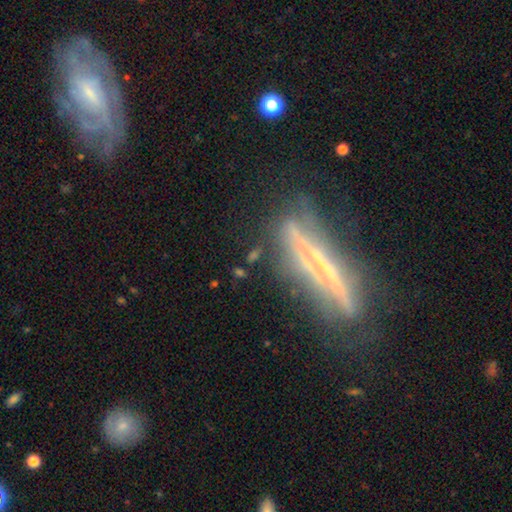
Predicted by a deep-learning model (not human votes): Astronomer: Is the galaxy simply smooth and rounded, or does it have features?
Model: featured or disk — 55%.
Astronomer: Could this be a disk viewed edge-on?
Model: yes — 79%.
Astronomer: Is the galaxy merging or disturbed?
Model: none — 72%.